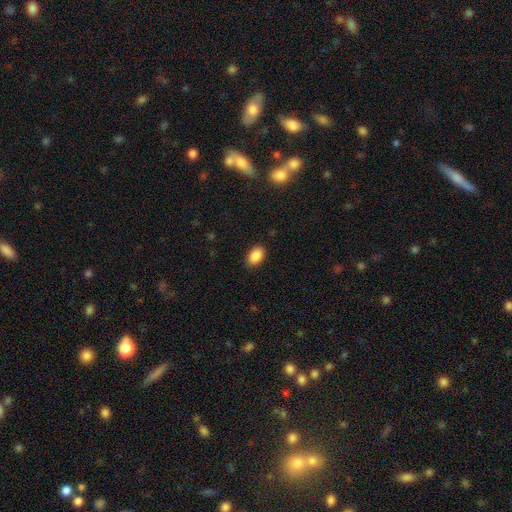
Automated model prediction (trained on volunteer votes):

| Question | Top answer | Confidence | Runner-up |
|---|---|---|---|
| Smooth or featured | smooth | 88% | star or artifact (8%) |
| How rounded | in between | 88% | round (11%) |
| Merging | none | 86% | minor disturbance (10%) |